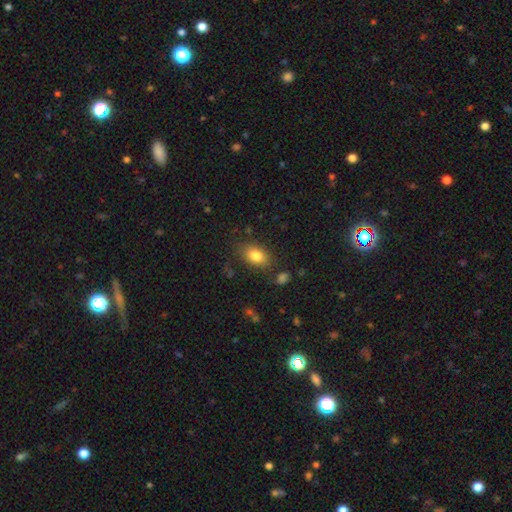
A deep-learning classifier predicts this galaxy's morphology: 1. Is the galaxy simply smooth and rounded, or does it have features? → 82% smooth, 9% featured or disk, 9% star or artifact.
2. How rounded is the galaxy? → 86% in between, 12% round, 2% cigar-shaped.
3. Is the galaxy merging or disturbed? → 80% none, 13% minor disturbance, 4% major disturbance, 3% merger.